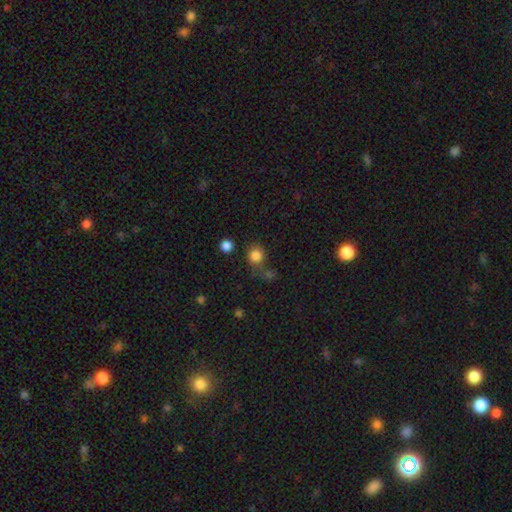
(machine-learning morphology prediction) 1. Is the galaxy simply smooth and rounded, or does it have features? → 82% smooth, 13% star or artifact, 5% featured or disk.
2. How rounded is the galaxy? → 86% round, 13% in between, 1% cigar-shaped.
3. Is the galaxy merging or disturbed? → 68% none, 13% merger, 13% minor disturbance, 6% major disturbance.